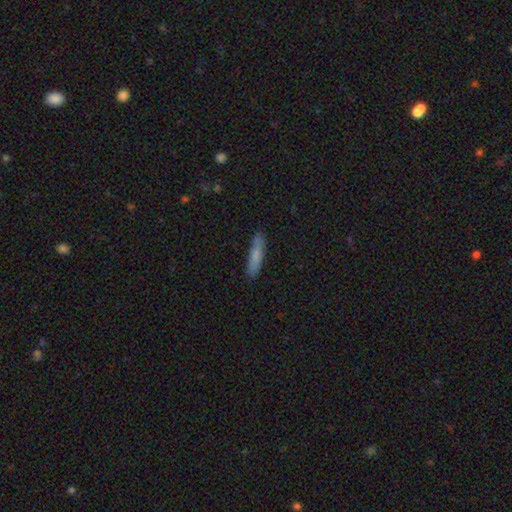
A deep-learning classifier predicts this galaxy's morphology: Overall: smooth (75%). How rounded: cigar-shaped (83%). Merging: none (82%).